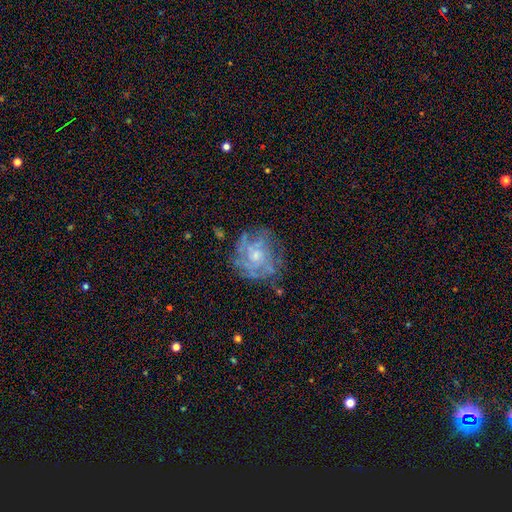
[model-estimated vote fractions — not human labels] smooth_or_featured: featured or disk (p=0.71) [alt: smooth p=0.19]
disk_edge_on: no (p=0.97) [alt: yes p=0.03]
bar: no (p=0.80) [alt: weak p=0.17]
has_spiral_arms: yes (p=0.69) [alt: no p=0.31]
bulge_size: small (p=0.48) [alt: moderate p=0.42]
merging: none (p=0.69) [alt: minor disturbance p=0.18]